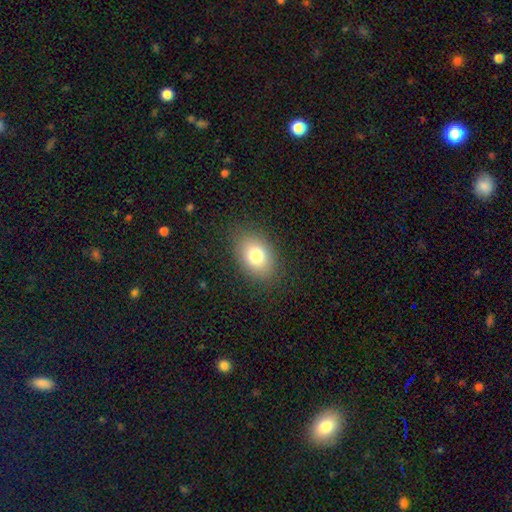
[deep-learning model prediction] smooth_or_featured: smooth (p=0.79) [alt: featured or disk p=0.11]
how_rounded: in between (p=0.74) [alt: round p=0.25]
merging: none (p=0.86) [alt: minor disturbance p=0.10]